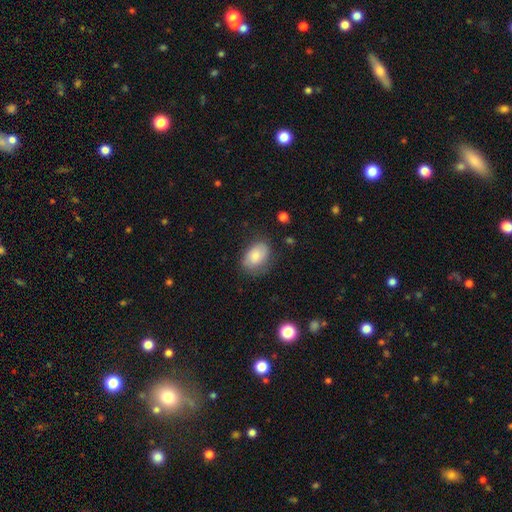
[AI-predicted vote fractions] The model was most divided on "merging": none: 69%, minor disturbance: 22%, major disturbance: 7%, merger: 1%. More confident: how rounded — in between (83%); smooth or featured — smooth (77%).